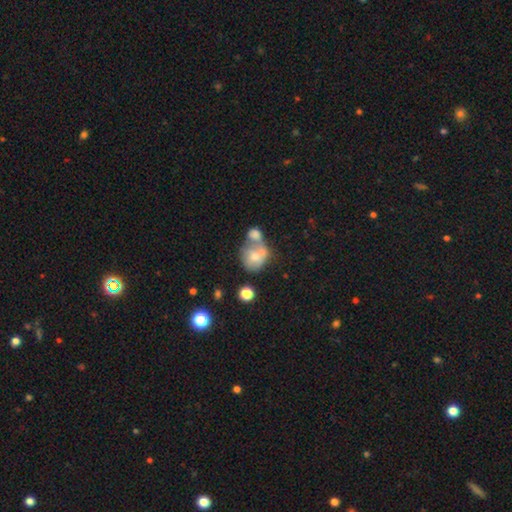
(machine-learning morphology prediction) Smooth or featured: smooth — 60% (featured or disk — 31%)
How rounded: round — 62% (in between — 36%)
Merging: merger — 58% (none — 21%)